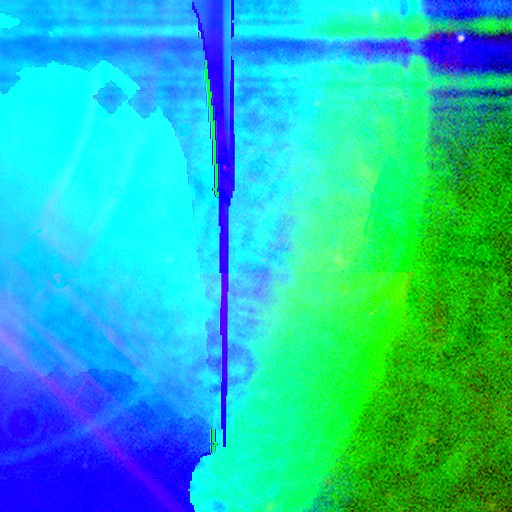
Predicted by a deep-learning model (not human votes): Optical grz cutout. It shows a star or artifact, not a galaxy (82%).